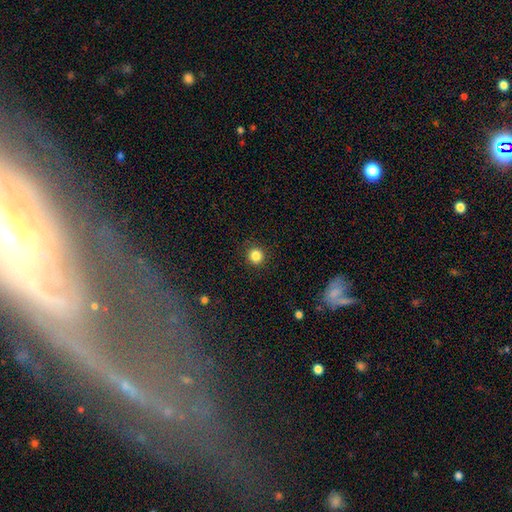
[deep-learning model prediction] smooth 84%, star or artifact 11%, featured or disk 4%. Down the decision tree: how rounded — round (94%); merging — none (92%).